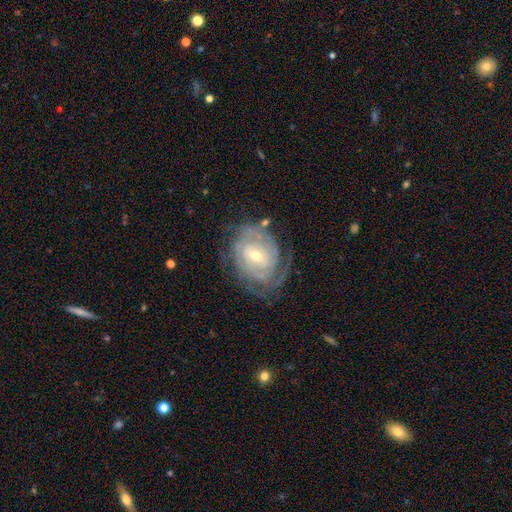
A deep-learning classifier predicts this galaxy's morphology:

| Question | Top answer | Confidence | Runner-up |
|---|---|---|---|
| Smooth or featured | featured or disk | 85% | smooth (9%) |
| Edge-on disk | no | 97% | yes (3%) |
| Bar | weak | 46% | no (40%) |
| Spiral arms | yes | 94% | no (6%) |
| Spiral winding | tight | 75% | medium (20%) |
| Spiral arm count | can't tell | 41% | 2 (25%) |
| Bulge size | small | 50% | moderate (46%) |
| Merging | none | 66% | minor disturbance (20%) |